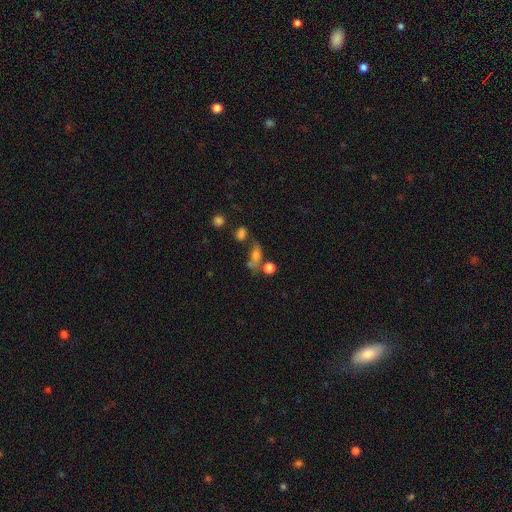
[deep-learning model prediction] This is likely a smooth galaxy (60%). How rounded: likely in between (61%). Merging: marginally none (39%).